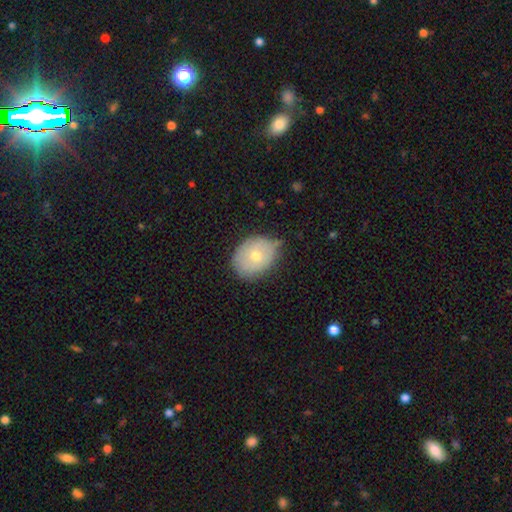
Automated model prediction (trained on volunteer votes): smooth 64%, featured or disk 28%, star or artifact 8%. Down the decision tree: how rounded — in between (60%); merging — none (69%).